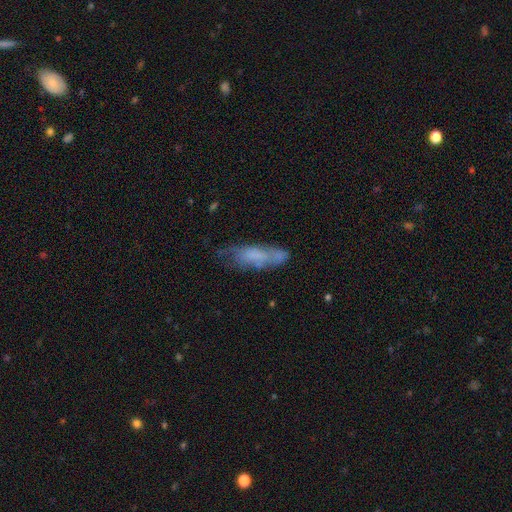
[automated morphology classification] Smooth or featured: smooth — 56% (featured or disk — 35%)
How rounded: cigar-shaped — 49% (tied with in between — 49%)
Merging: none — 45% (minor disturbance — 30%)